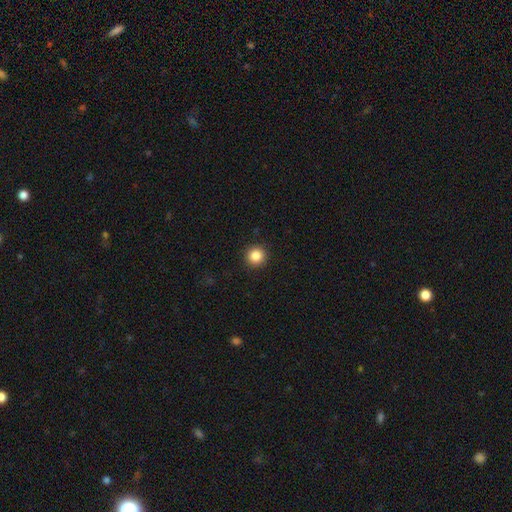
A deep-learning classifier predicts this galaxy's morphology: smooth 85%, star or artifact 11%, featured or disk 4%. Down the decision tree: how rounded — round (95%); merging — none (93%).